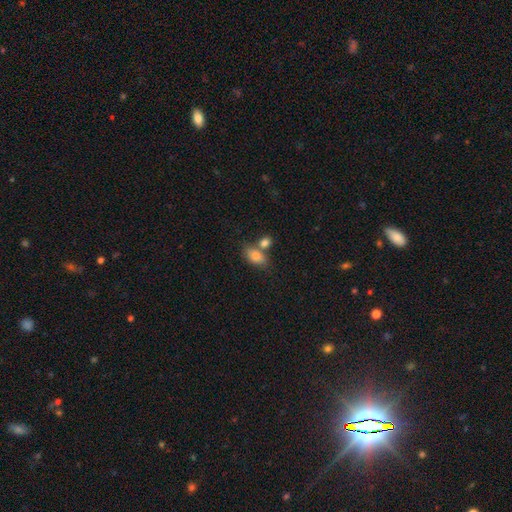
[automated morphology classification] A smooth galaxy with no disk features (83%) that is in between round and cigar-shaped (86%). Merging: none (48%).